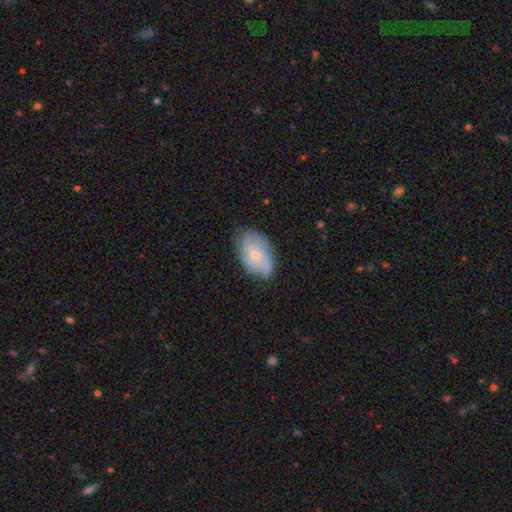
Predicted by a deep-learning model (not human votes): Smooth or featured: featured or disk — 52% (smooth — 41%)
Edge-on disk: no — 95% (yes — 5%)
Bar: no — 65% (weak — 31%)
Spiral arms: yes — 82% (no — 18%)
Bulge size: small — 47% (moderate — 44%)
Merging: none — 71% (minor disturbance — 23%)